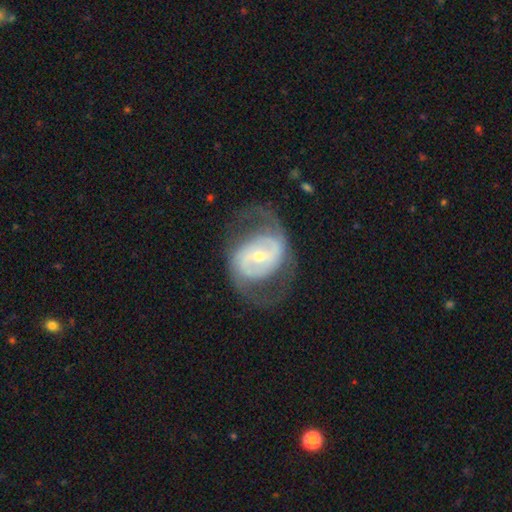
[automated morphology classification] Smooth or featured? Predicted: featured or disk (p=0.83). Edge-on disk? Predicted: no (p=0.96). Bar? Predicted: weak (p=0.36). Spiral arms? Predicted: yes (p=0.86). Spiral winding? Predicted: medium (p=0.47). Spiral arm count? Predicted: 2 (p=0.86). Bulge size? Predicted: small (p=0.53). Merging? Predicted: none (p=0.66).